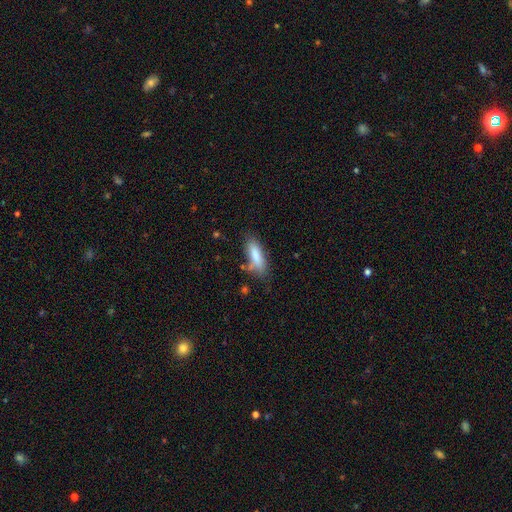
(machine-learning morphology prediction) Smooth or featured? smooth (82%)
How rounded? in between (54%)
Merging? none (67%)